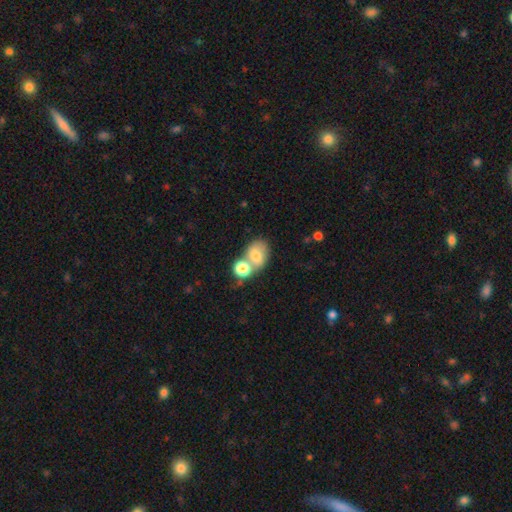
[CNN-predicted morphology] Smooth or featured? smooth (72%)
How rounded? in between (61%)
Merging? merger (48%)